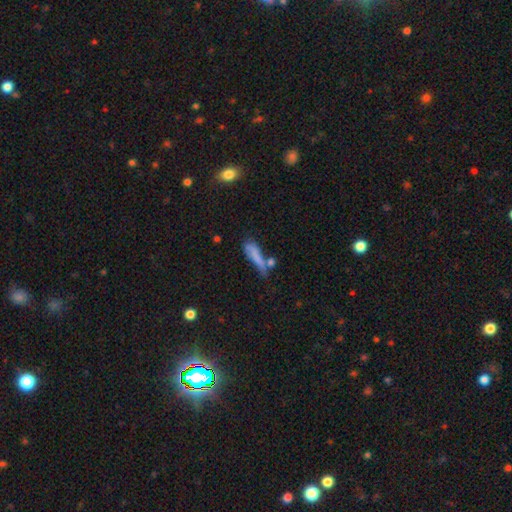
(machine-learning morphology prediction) Overall: smooth (70%). How rounded: cigar-shaped (69%). Merging: none (38%; minor disturbance 24%).